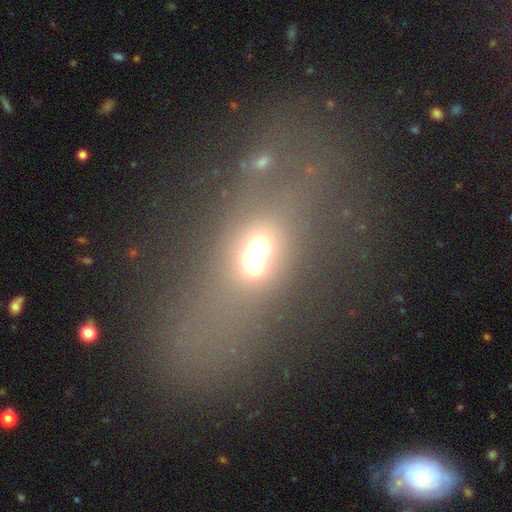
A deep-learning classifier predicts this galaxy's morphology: smooth 58%, featured or disk 21%, star or artifact 21%. Down the decision tree: how rounded — in between (66%); merging — merger (37%).